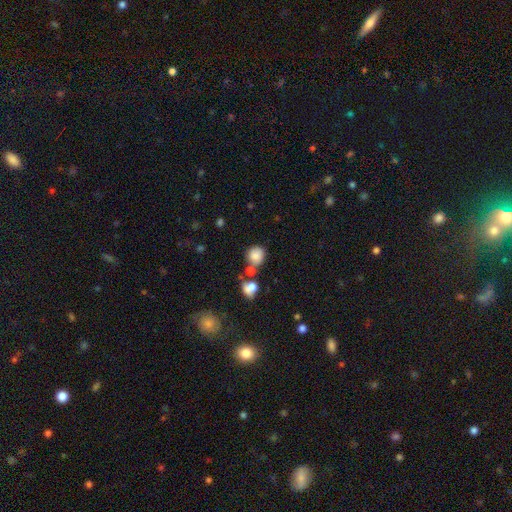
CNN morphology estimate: smooth-or-featured: smooth: 80% | star or artifact: 10% | featured or disk: 9%
  how-rounded: round: 77% | in between: 21% | cigar-shaped: 1%
  merging: none: 59% | merger: 19% | minor disturbance: 16% | major disturbance: 5%